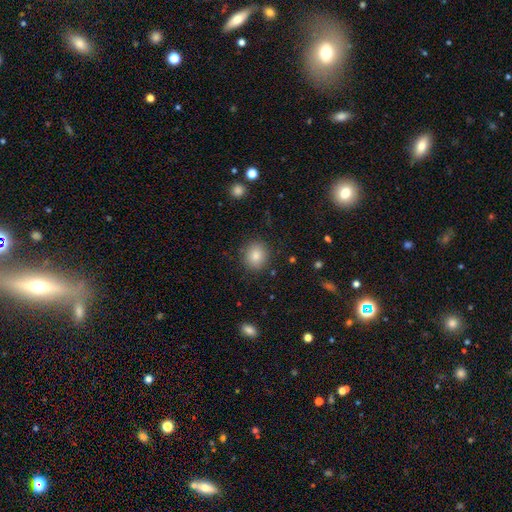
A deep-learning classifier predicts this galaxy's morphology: Overall: smooth (84%). How rounded: round (80%). Merging: none (88%).